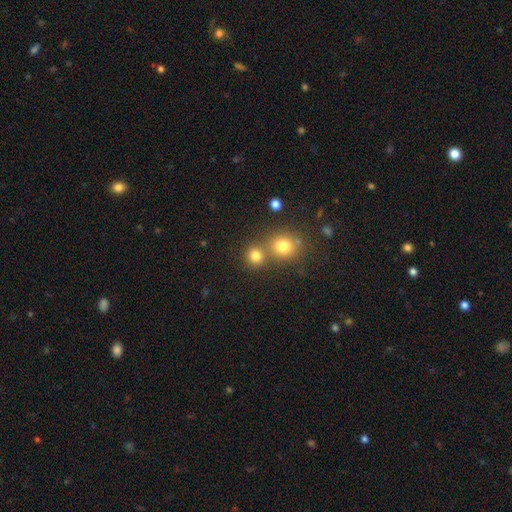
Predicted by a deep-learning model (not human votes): A smooth galaxy with no disk features (78%) that is round (88%). Merging: none (62%).